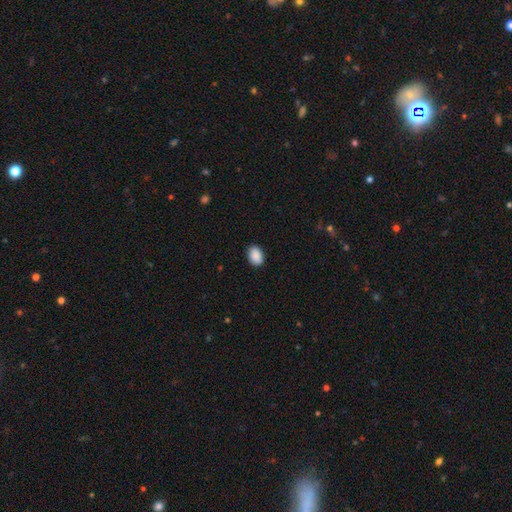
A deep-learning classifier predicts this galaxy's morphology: type=smooth (90%); roundness=in between (84%); merging=none (89%).